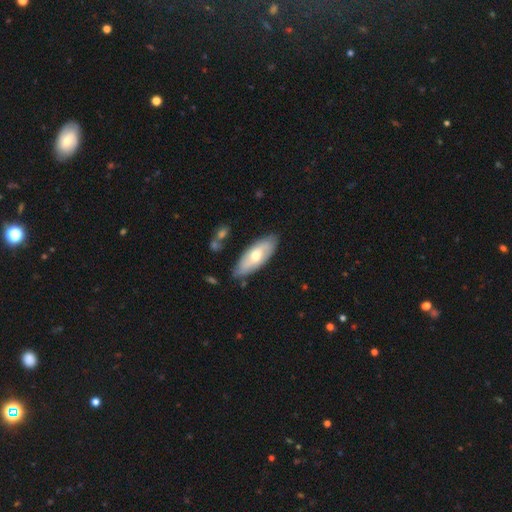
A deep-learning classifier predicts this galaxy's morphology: Overall: smooth (53%; featured or disk 42%). How rounded: in between (78%). Merging: none (81%).